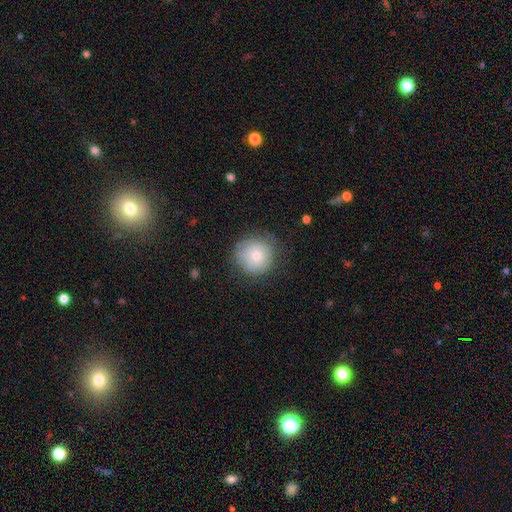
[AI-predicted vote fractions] Overall: smooth (73%). How rounded: round (93%). Merging: none (74%).